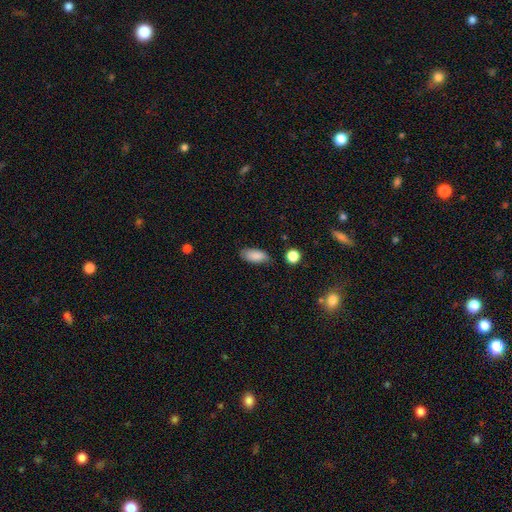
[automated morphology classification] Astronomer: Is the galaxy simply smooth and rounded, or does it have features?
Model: smooth — 87%.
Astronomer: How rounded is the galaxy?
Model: in between — 88%.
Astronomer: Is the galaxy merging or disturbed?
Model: none — 75%.